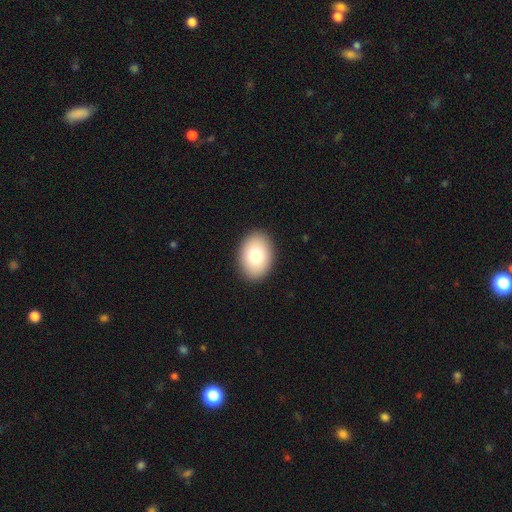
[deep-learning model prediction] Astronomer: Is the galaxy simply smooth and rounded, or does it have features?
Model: smooth — 79%.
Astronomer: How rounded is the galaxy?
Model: in between — 79%.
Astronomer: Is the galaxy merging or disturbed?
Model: none — 91%.